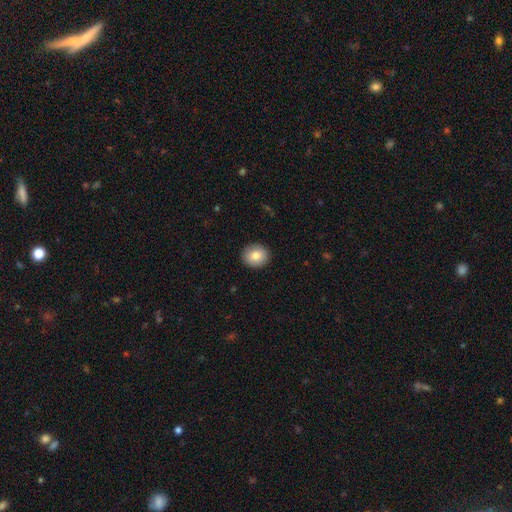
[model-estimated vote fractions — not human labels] Smooth or featured: smooth — 82% (featured or disk — 11%)
How rounded: round — 76% (in between — 23%)
Merging: none — 91% (minor disturbance — 6%)